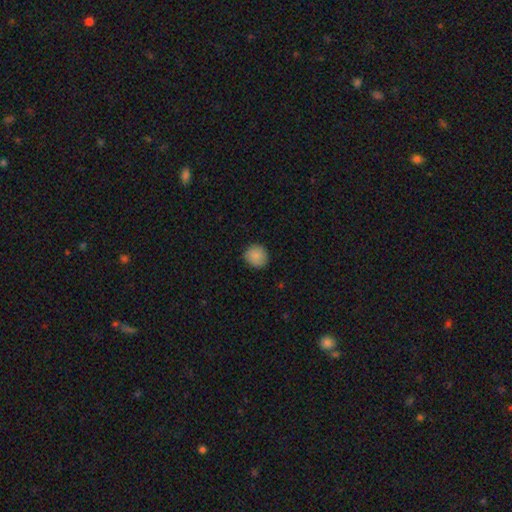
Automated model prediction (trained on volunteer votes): Q: Smooth or featured?
A: smooth (87%); runner-up: star or artifact (8%)
Q: How rounded?
A: round (89%); runner-up: in between (10%)
Q: Merging?
A: none (86%); runner-up: minor disturbance (10%)